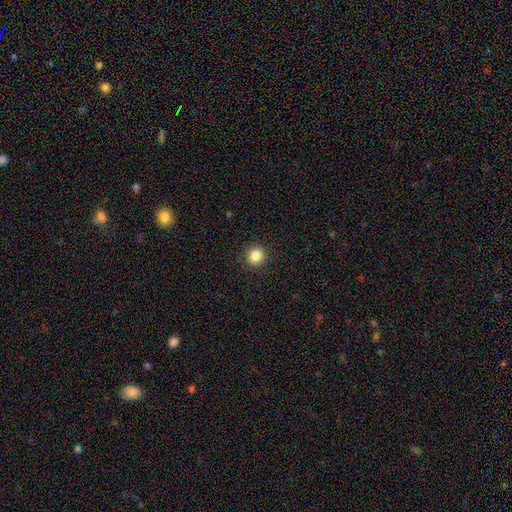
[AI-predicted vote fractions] Smooth or featured? Predicted: smooth (p=0.85). How rounded? Predicted: round (p=0.90). Merging? Predicted: none (p=0.91).